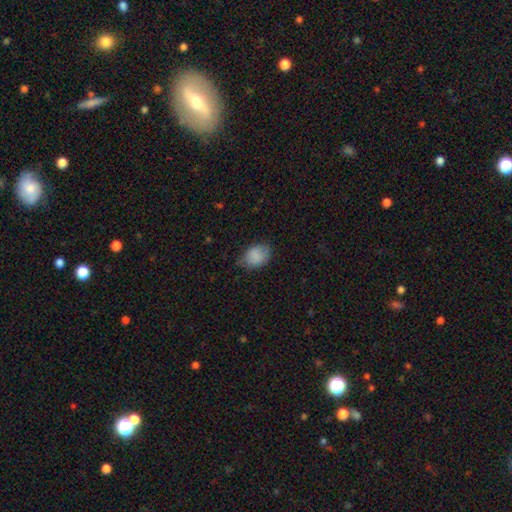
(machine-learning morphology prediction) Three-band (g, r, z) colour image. It shows a smooth galaxy with no disk features (83%) that is in between round and cigar-shaped (73%). Merging: none (63%).